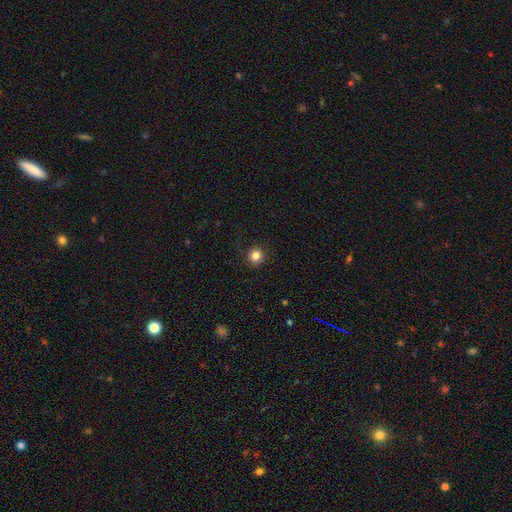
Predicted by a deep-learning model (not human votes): The model was most divided on "smooth or featured": smooth: 84%, star or artifact: 11%, featured or disk: 5%. More confident: how rounded — round (91%); merging — none (91%).